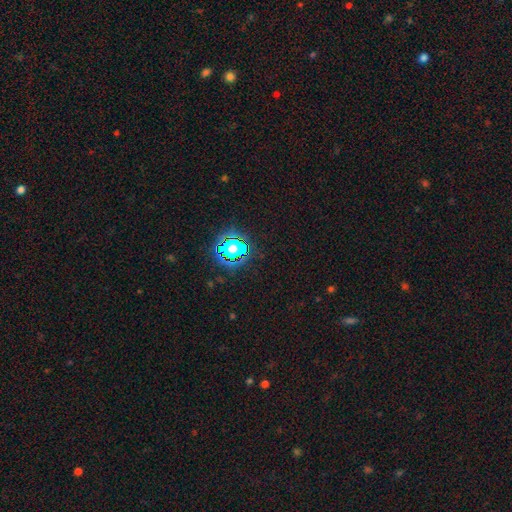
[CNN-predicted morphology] This appears to be a star or artifact, not a galaxy (78%).